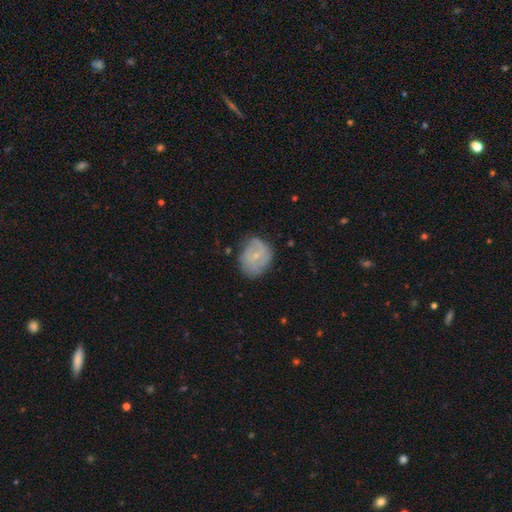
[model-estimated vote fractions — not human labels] smooth_or_featured: featured or disk (p=0.48) [alt: smooth p=0.44]
merging: none (p=0.59) [alt: minor disturbance p=0.29]